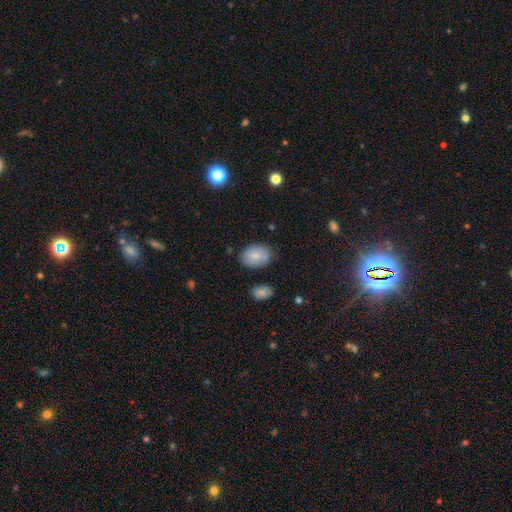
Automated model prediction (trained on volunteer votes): Smooth or featured: smooth — 83% (featured or disk — 10%)
How rounded: in between — 82% (round — 17%)
Merging: none — 78% (minor disturbance — 15%)